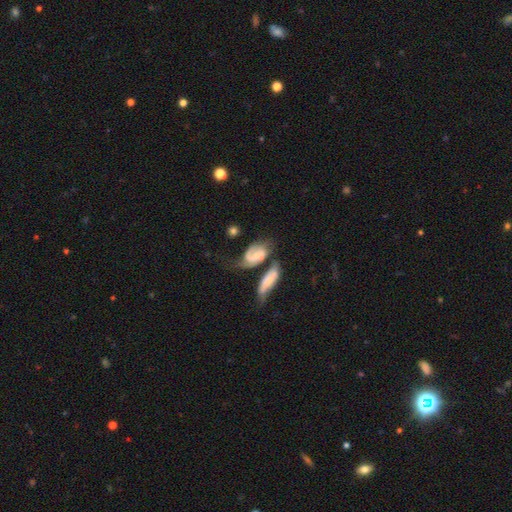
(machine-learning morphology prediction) Smooth or featured?
  - featured or disk: 67% *
  - smooth: 26%
  - star or artifact: 7%
Edge-on disk?
  - no: 94% *
  - yes: 6%
Bar?
  - no: 49% *
  - weak: 38%
  - strong: 13%
Spiral arms?
  - yes: 92% *
  - no: 8%
Spiral winding?
  - medium: 46% *
  - tight: 33%
  - loose: 21%
Spiral arm count?
  - 2: 79% *
  - can't tell: 10%
  - 1: 7%
  - 3: 3%
  - 4: 1%
  - more than 4: 1%
Bulge size?
  - small: 49% *
  - moderate: 25%
  - none: 20%
  - large: 4%
  - dominant: 2%
Merging?
  - merger: 37% *
  - none: 33%
  - minor disturbance: 17%
  - major disturbance: 13%